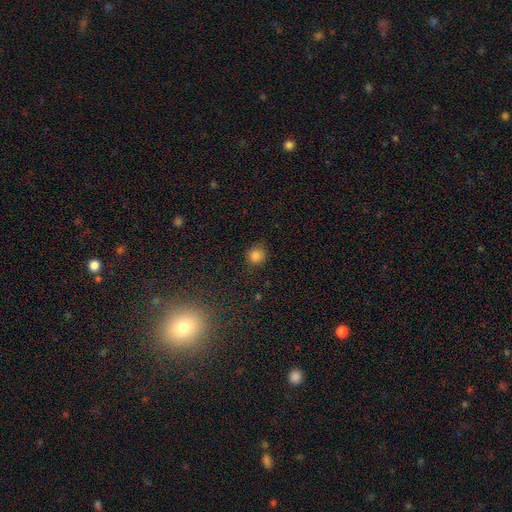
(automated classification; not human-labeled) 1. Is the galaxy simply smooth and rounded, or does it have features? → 83% smooth, 13% star or artifact, 4% featured or disk.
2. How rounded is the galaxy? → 85% round, 14% in between, 1% cigar-shaped.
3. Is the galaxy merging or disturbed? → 80% none, 15% minor disturbance, 4% major disturbance, 1% merger.